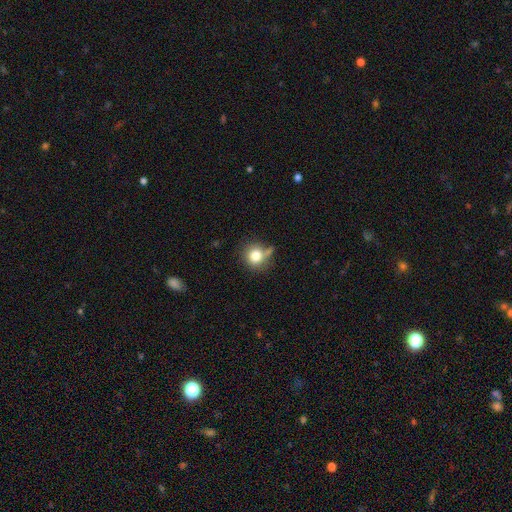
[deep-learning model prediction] Overall: smooth (79%). How rounded: round (87%). Merging: none (61%).